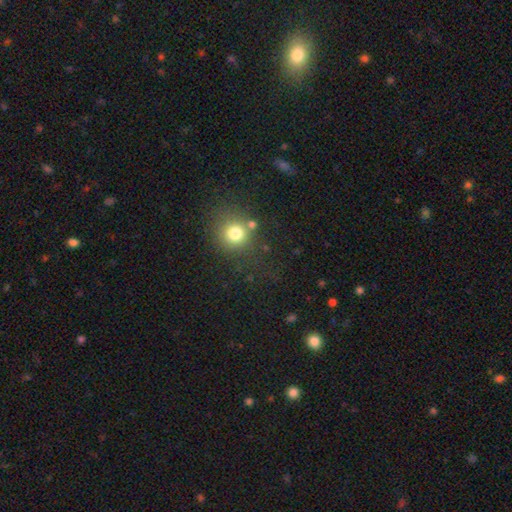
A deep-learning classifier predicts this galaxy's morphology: smooth_or_featured: smooth (p=0.61) [alt: star or artifact p=0.33]
how_rounded: round (p=0.88) [alt: in between p=0.11]
merging: none (p=0.78) [alt: minor disturbance p=0.11]